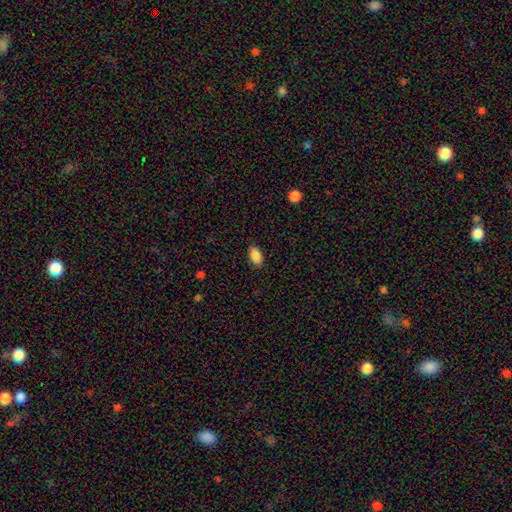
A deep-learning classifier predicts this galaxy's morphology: Smooth or featured? smooth (88%)
How rounded? in between (92%)
Merging? none (86%)